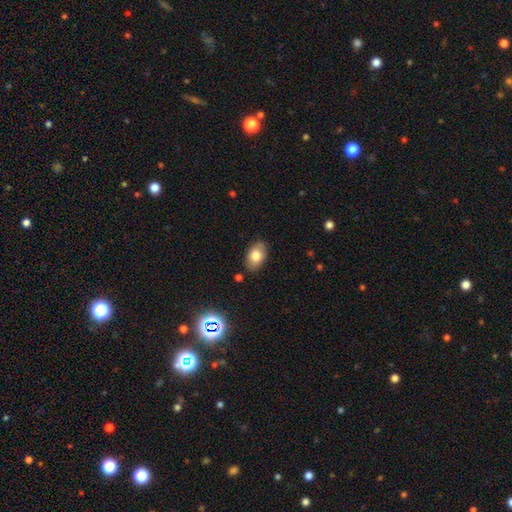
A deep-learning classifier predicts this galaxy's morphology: This is likely a smooth galaxy (78%). How rounded: clearly in between (90%). Merging: clearly none (85%).